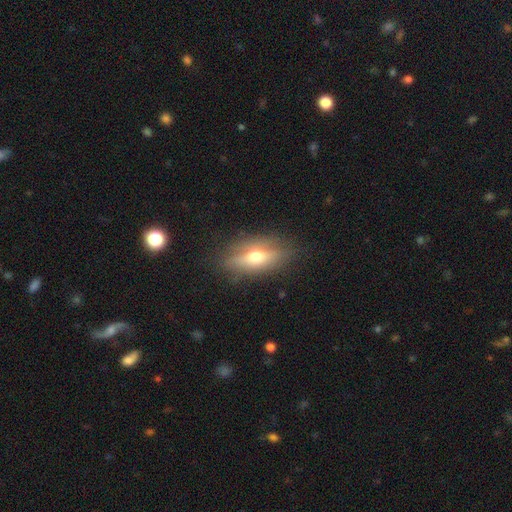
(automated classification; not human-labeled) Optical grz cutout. It shows a smooth galaxy with no disk features (47%). Merging: none (80%).